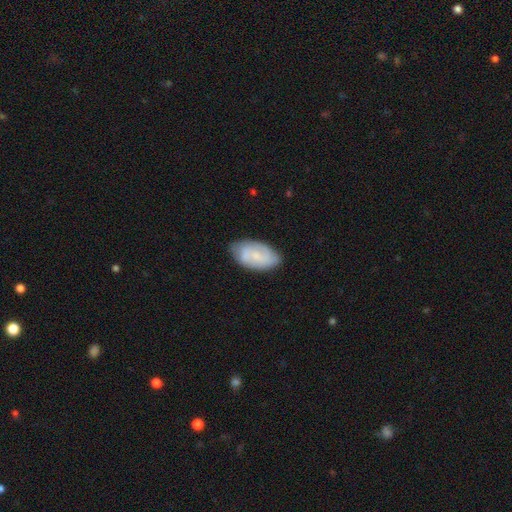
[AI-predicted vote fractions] Morphology: type=smooth (48%); merging=none (73%).